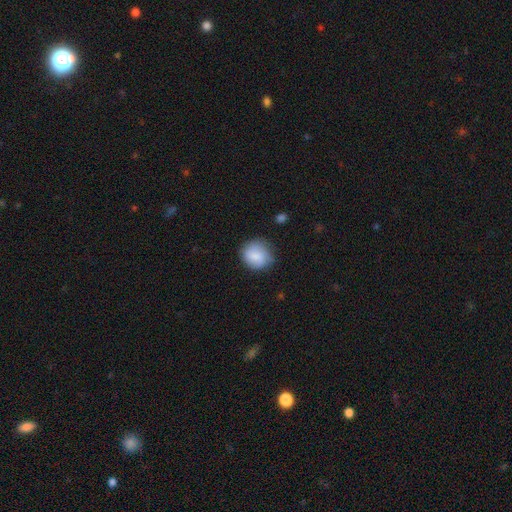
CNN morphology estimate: Smooth or featured? Predicted: smooth (p=0.75). How rounded? Predicted: round (p=0.79). Merging? Predicted: none (p=0.69).